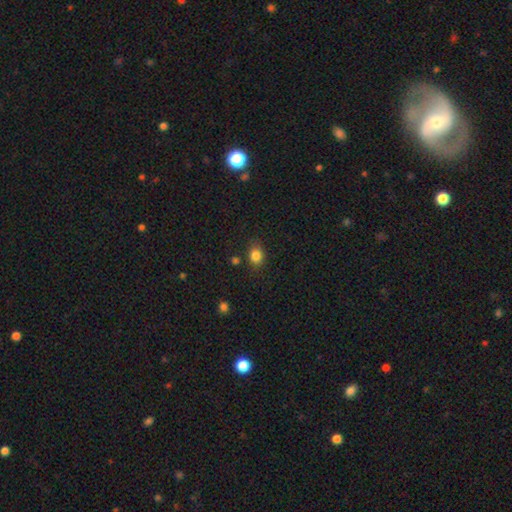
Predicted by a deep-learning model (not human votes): Q: Smooth or featured?
A: smooth (83%); runner-up: star or artifact (11%)
Q: How rounded?
A: round (54%); runner-up: in between (45%)
Q: Merging?
A: none (79%); runner-up: minor disturbance (14%)